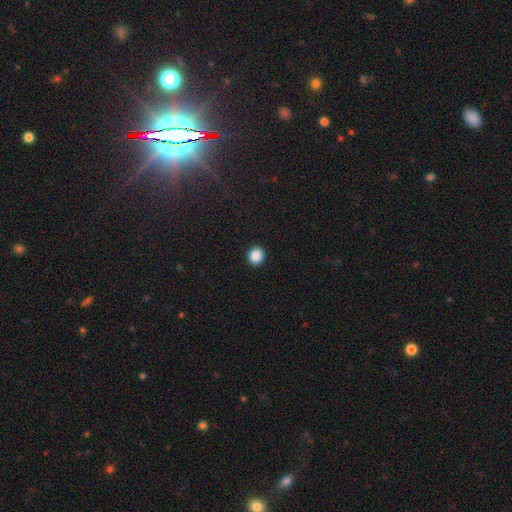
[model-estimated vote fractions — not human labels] Morphology: type=smooth (88%); roundness=round (87%); merging=none (93%).